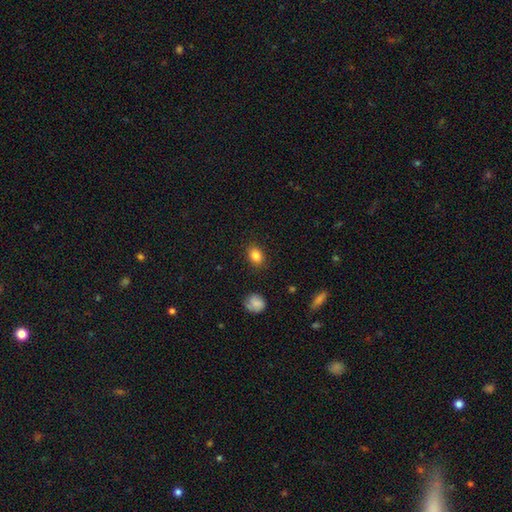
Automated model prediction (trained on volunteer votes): Smooth or featured? smooth (84%)
How rounded? in between (65%)
Merging? none (87%)